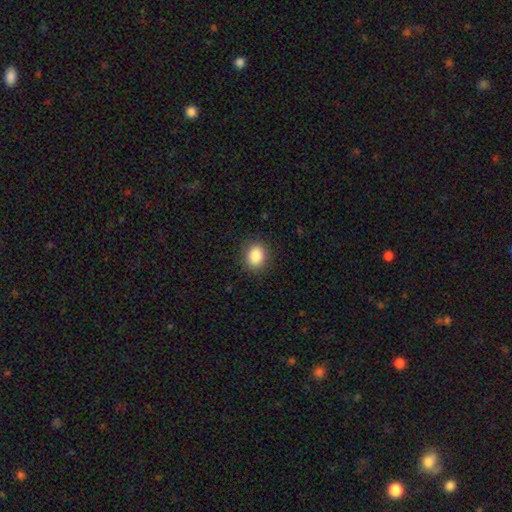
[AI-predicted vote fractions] smooth_or_featured: smooth (p=0.86) [alt: star or artifact p=0.09]
how_rounded: round (p=0.52) [alt: in between p=0.47]
merging: none (p=0.88) [alt: minor disturbance p=0.08]